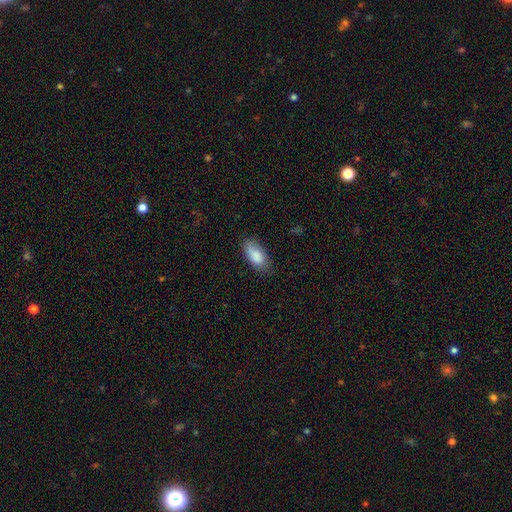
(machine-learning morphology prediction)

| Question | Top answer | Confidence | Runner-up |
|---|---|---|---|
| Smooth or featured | smooth | 84% | featured or disk (10%) |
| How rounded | in between | 89% | cigar-shaped (9%) |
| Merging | none | 69% | minor disturbance (23%) |